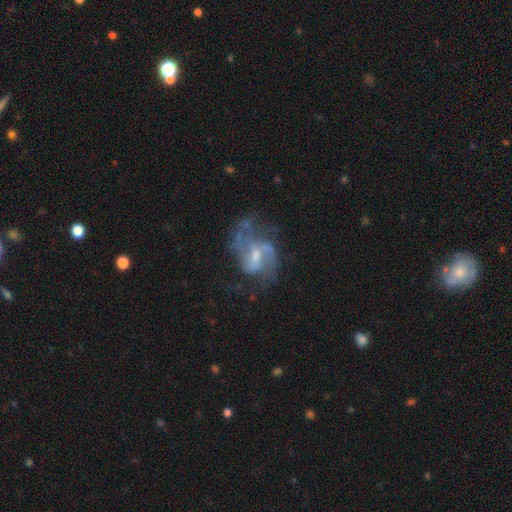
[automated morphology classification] Smooth or featured?
  - featured or disk: 81% *
  - smooth: 11%
  - star or artifact: 8%
Edge-on disk?
  - no: 97% *
  - yes: 3%
Bar?
  - weak: 55% *
  - no: 27%
  - strong: 18%
Spiral arms?
  - yes: 87% *
  - no: 13%
Spiral winding?
  - medium: 47% *
  - loose: 36%
  - tight: 17%
Spiral arm count?
  - 2: 63% *
  - can't tell: 17%
  - 3: 10%
  - 1: 5%
  - 4: 3%
  - more than 4: 2%
Bulge size?
  - small: 45% *
  - moderate: 42%
  - none: 9%
  - large: 3%
  - dominant: 1%
Merging?
  - none: 51% *
  - major disturbance: 25%
  - minor disturbance: 21%
  - merger: 4%